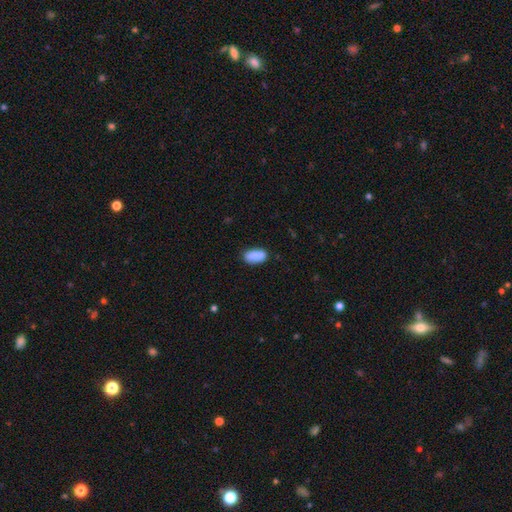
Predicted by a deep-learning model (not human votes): Smooth or featured? Predicted: smooth (p=0.90). How rounded? Predicted: in between (p=0.93). Merging? Predicted: none (p=0.84).